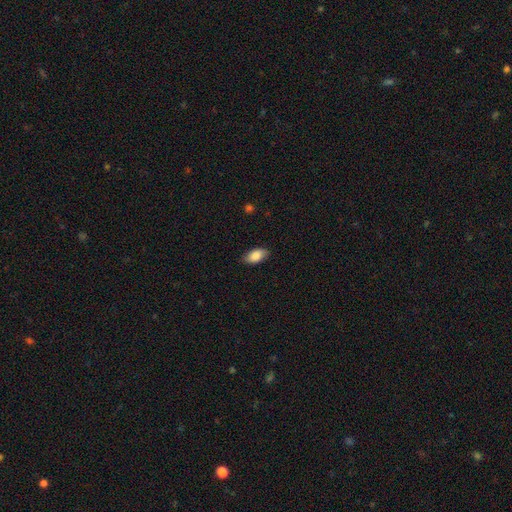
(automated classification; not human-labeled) Overall: smooth (86%). How rounded: in between (93%). Merging: none (85%).